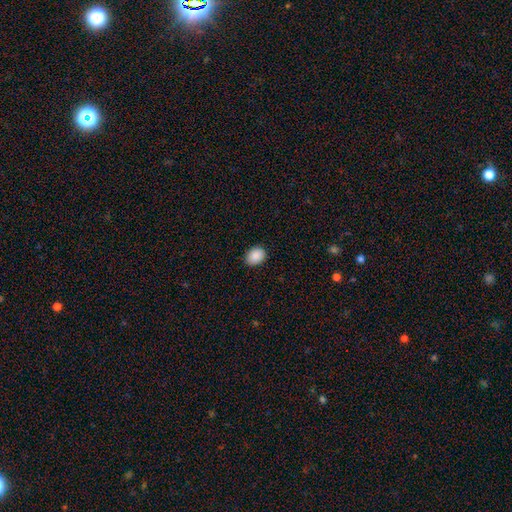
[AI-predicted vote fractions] A smooth galaxy with no disk features (90%) that is in between round and cigar-shaped (63%).

Vote fractions:
- Smooth or featured? smooth: 90% / star or artifact: 7% / featured or disk: 3%
- How rounded? in between: 63% / round: 36% / cigar-shaped: 1%
- Merging? none: 89% / minor disturbance: 8% / major disturbance: 2% / merger: 1%